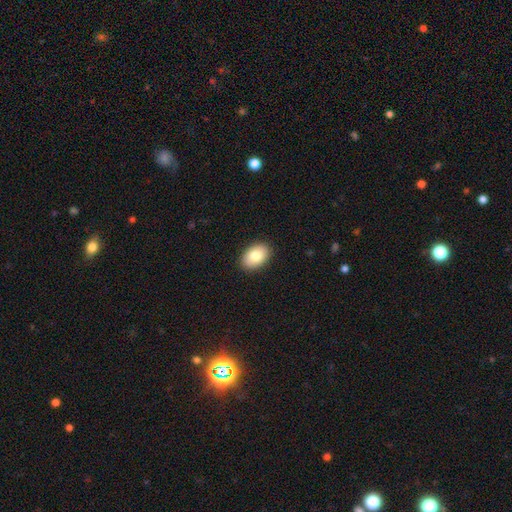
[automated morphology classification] This appears to be a smooth galaxy with no disk features (80%) that is in between round and cigar-shaped (86%). Merging: none (90%).